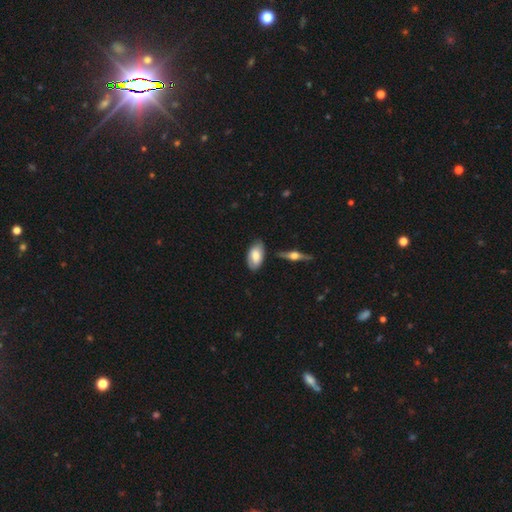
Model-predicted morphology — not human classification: Q: Smooth or featured?
A: smooth (65%); runner-up: featured or disk (30%)
Q: How rounded?
A: in between (93%); runner-up: cigar-shaped (4%)
Q: Merging?
A: none (75%); runner-up: minor disturbance (18%)